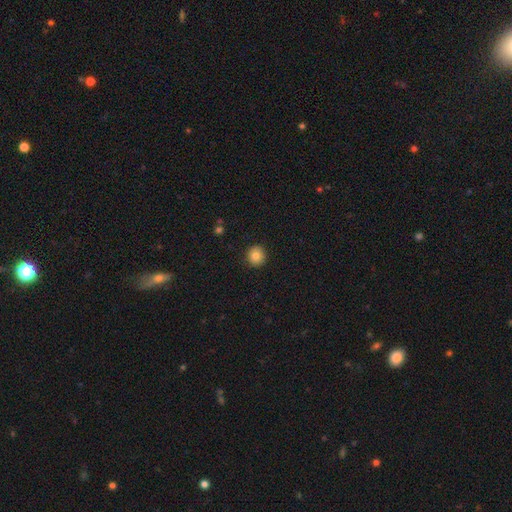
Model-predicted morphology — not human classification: The model was most divided on "smooth or featured": smooth: 83%, star or artifact: 10%, featured or disk: 7%. More confident: merging — none (91%); how rounded — round (91%).